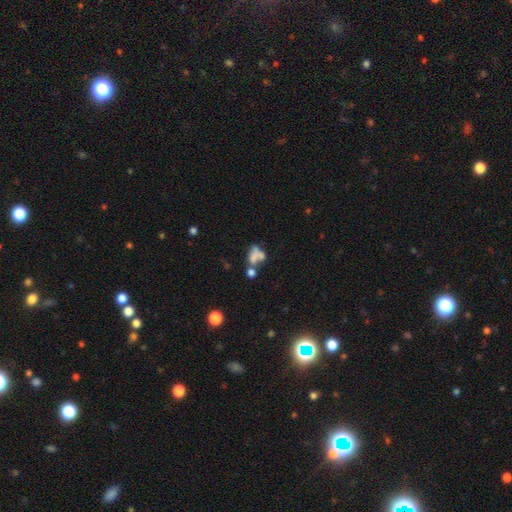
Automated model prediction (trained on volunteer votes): A smooth galaxy with no disk features (53%) that is in between round and cigar-shaped (77%). Merging: merger (51%).